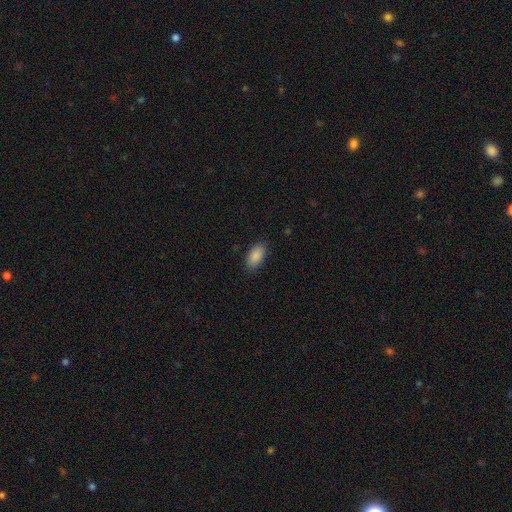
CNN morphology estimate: Overall: smooth (88%). How rounded: in between (93%). Merging: none (86%).